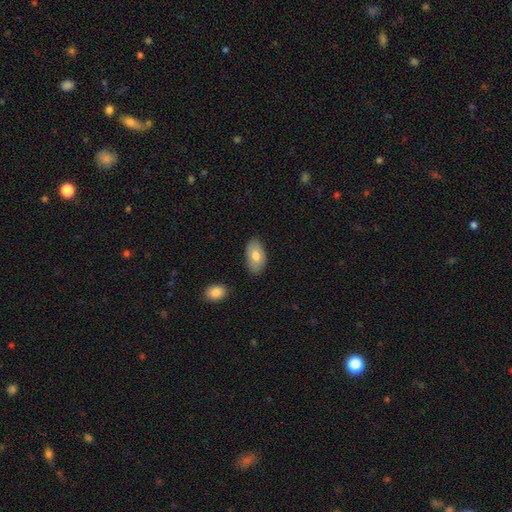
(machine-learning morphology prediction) Smooth or featured: smooth — 77% (featured or disk — 17%)
How rounded: in between — 95% (round — 4%)
Merging: none — 82% (minor disturbance — 14%)